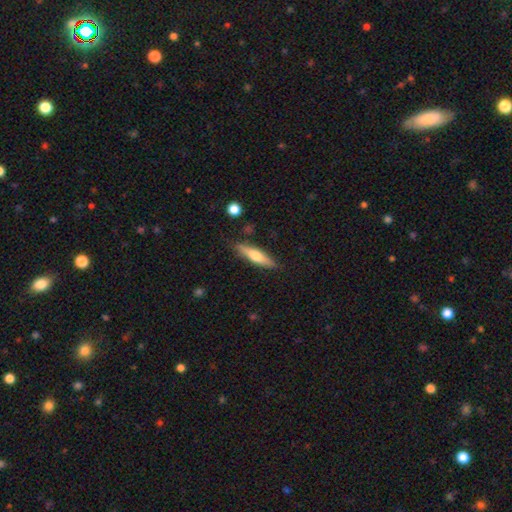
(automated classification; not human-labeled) Overall: smooth (53%; featured or disk 42%). How rounded: cigar-shaped (76%). Merging: none (84%).